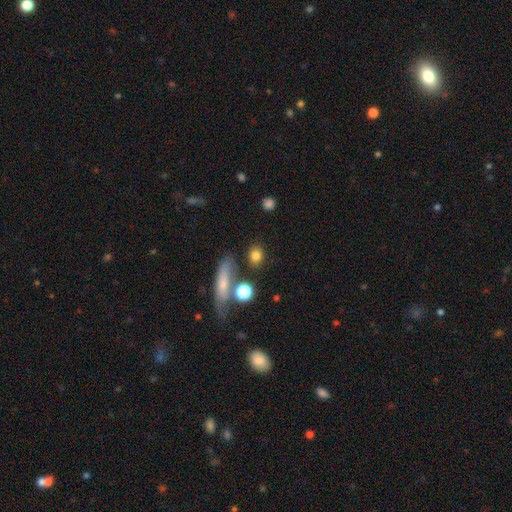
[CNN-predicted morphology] smooth 80%, star or artifact 11%, featured or disk 9%. Down the decision tree: how rounded — round (61%); merging — none (76%).